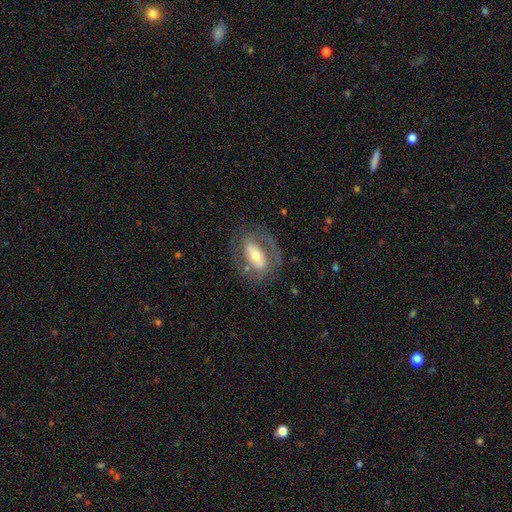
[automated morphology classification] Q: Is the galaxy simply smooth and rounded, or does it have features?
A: featured or disk — 71%.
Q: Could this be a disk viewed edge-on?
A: no — 93%.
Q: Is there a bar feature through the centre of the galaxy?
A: strong — 37%.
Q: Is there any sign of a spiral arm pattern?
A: yes — 60%.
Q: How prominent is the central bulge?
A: moderate — 58%.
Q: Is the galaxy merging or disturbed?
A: none — 71%.